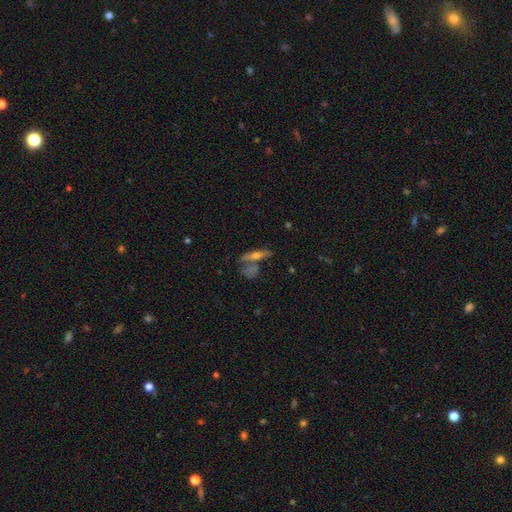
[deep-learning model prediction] Overall: featured or disk (49%; smooth 39%). Merging: none (59%; merger 23%).